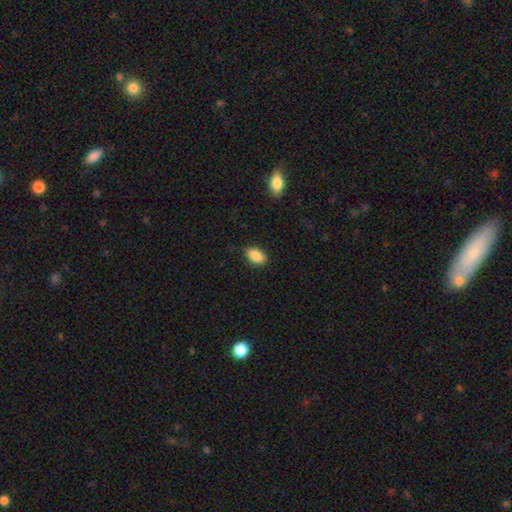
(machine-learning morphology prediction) A smooth galaxy with no disk features (88%) that is in between round and cigar-shaped (92%).

Vote fractions:
- Smooth or featured? smooth: 88% / star or artifact: 7% / featured or disk: 5%
- How rounded? in between: 92% / round: 6% / cigar-shaped: 3%
- Merging? none: 84% / minor disturbance: 13% / major disturbance: 2% / merger: 1%